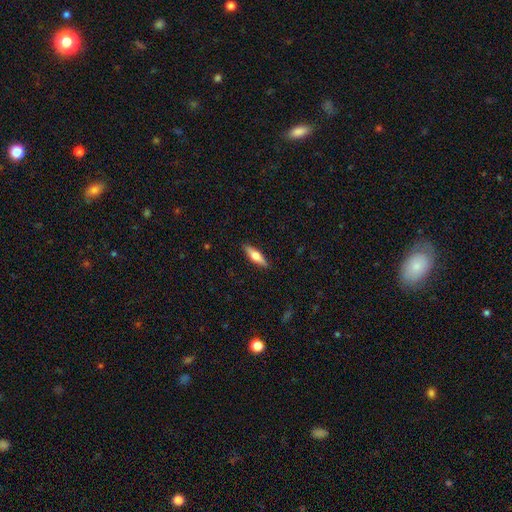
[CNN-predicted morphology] Smooth or featured: smooth — 56% (featured or disk — 38%)
How rounded: cigar-shaped — 65% (in between — 32%)
Merging: none — 89% (minor disturbance — 8%)